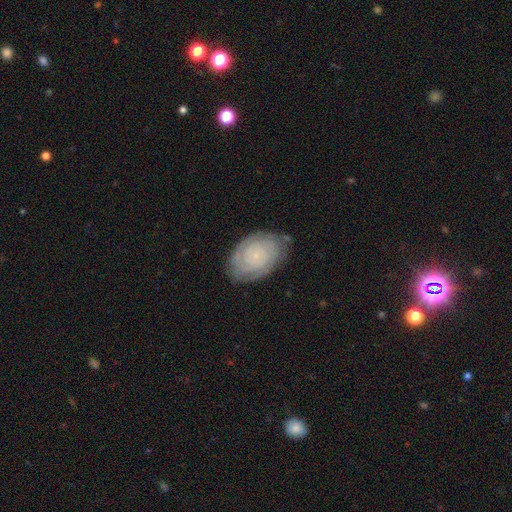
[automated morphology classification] smooth_or_featured: featured or disk (p=0.76) [alt: smooth p=0.17]
disk_edge_on: no (p=0.97) [alt: yes p=0.03]
bar: no (p=0.79) [alt: weak p=0.17]
has_spiral_arms: yes (p=0.95) [alt: no p=0.05]
spiral_winding: tight (p=0.83) [alt: medium p=0.14]
spiral_arm_count: can't tell (p=0.34) [alt: 2 p=0.31]
bulge_size: small (p=0.83) [alt: none p=0.08]
merging: none (p=0.76) [alt: minor disturbance p=0.18]